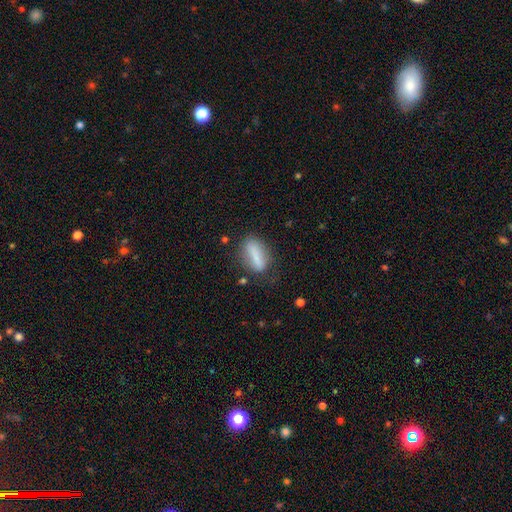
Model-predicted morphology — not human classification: This is likely a smooth galaxy (73%). How rounded: possibly in between (54%). Merging: likely none (69%).